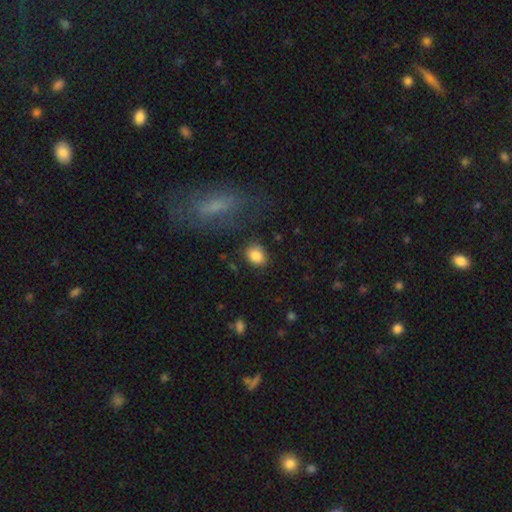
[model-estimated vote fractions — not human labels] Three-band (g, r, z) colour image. It shows a smooth galaxy with no disk features (85%) that is in between round and cigar-shaped (51%). Merging: none (81%).